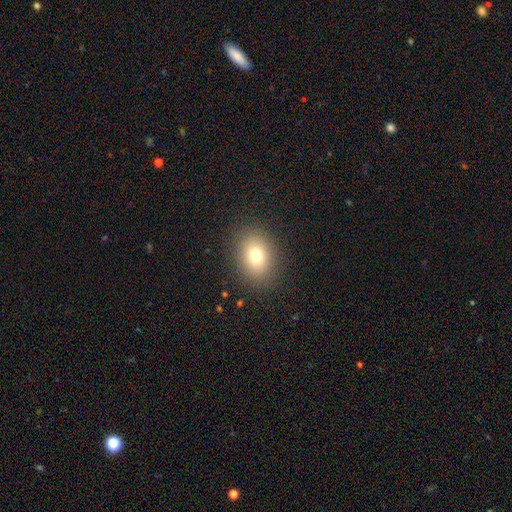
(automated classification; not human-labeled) smooth 75%, star or artifact 13%, featured or disk 12%. Down the decision tree: how rounded — in between (57%); merging — none (87%).